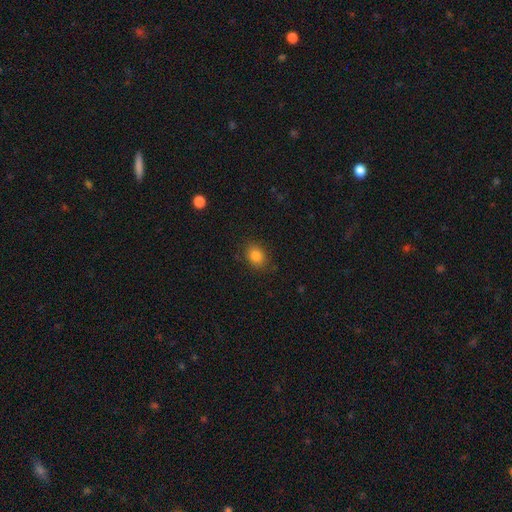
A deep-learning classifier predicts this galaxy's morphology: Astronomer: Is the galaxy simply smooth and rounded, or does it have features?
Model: smooth — 83%.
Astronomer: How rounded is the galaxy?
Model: in between — 56% (runner-up: round, 43%).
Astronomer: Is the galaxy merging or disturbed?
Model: none — 85%.